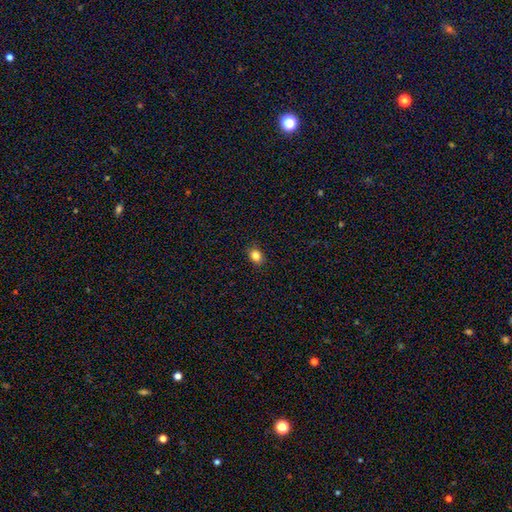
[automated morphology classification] Q: Smooth or featured?
A: smooth (83%); runner-up: star or artifact (11%)
Q: How rounded?
A: in between (54%); runner-up: round (45%)
Q: Merging?
A: none (89%); runner-up: minor disturbance (8%)